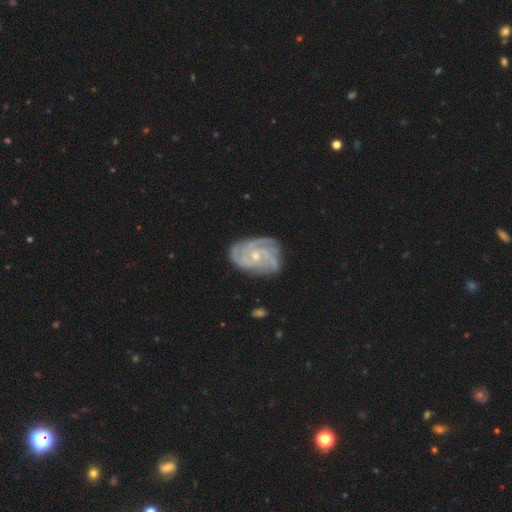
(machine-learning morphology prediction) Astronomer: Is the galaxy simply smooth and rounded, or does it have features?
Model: featured or disk — 86%.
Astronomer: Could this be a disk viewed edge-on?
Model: no — 97%.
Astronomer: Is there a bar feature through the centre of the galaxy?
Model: no — 70%.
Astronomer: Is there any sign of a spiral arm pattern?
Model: yes — 97%.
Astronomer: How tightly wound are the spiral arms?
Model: tight — 66%.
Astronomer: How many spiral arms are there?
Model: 4 — 29% (runner-up: 3, 26%).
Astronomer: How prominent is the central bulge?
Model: small — 65%.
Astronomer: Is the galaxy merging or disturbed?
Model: none — 72%.